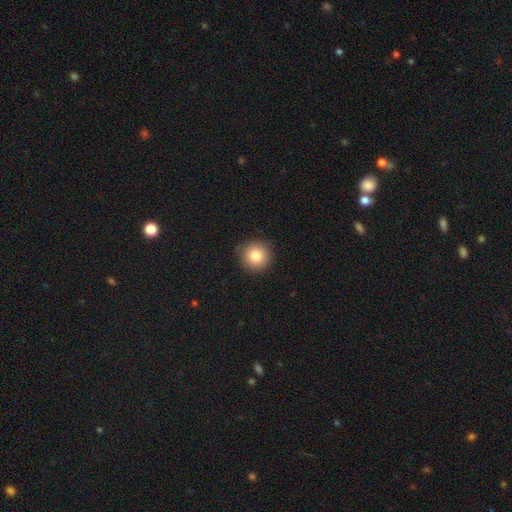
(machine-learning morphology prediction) Smooth or featured: smooth — 83% (star or artifact — 10%)
How rounded: round — 94% (in between — 5%)
Merging: none — 89% (minor disturbance — 8%)